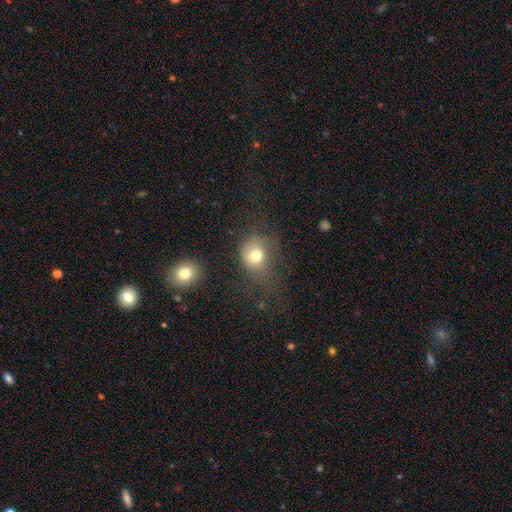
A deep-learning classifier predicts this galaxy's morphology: Overall: smooth (73%). How rounded: round (65%; in between 34%). Merging: none (40%; major disturbance 29%).